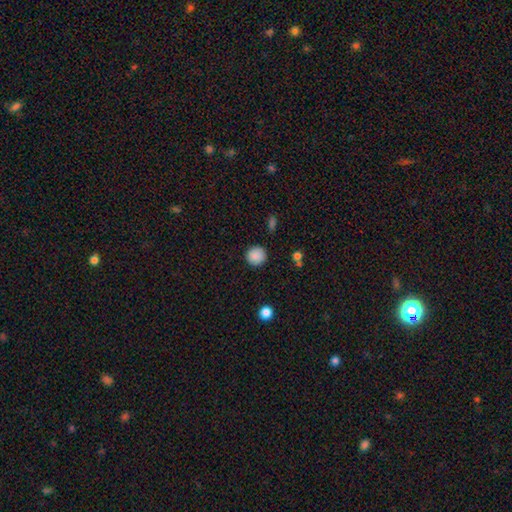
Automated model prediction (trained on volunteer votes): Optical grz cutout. It shows a smooth galaxy with no disk features (88%) that is round (93%). Merging: none (89%).